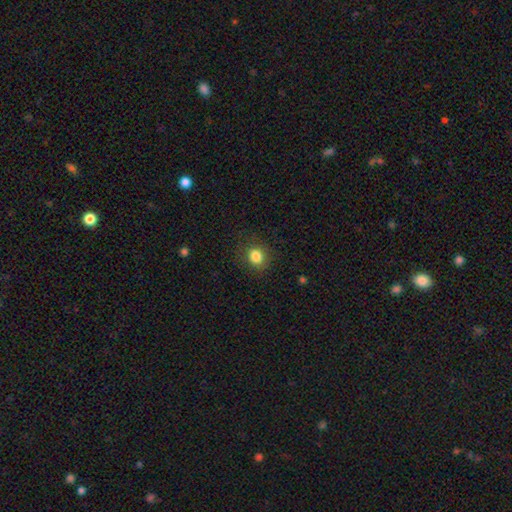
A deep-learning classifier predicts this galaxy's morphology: Overall: smooth (84%). How rounded: round (71%). Merging: none (86%).